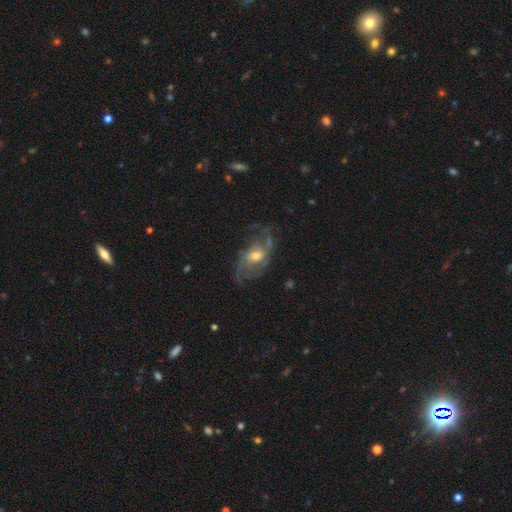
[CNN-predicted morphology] This appears to be a featured or disk galaxy (81%) with no bar (51%), 2 (39%) medium (45%) spiral arms (88%) and a moderate central bulge (66%). Merging: none (58%).